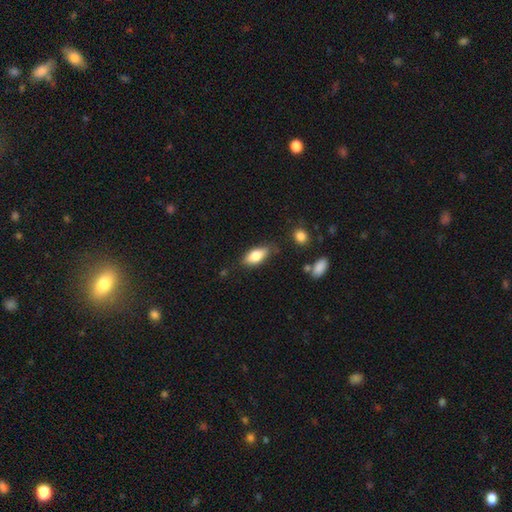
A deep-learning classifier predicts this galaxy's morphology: smooth-or-featured: smooth: 77% | featured or disk: 16% | star or artifact: 7%
  how-rounded: in between: 82% | cigar-shaped: 14% | round: 3%
  merging: none: 76% | minor disturbance: 18% | major disturbance: 4% | merger: 3%